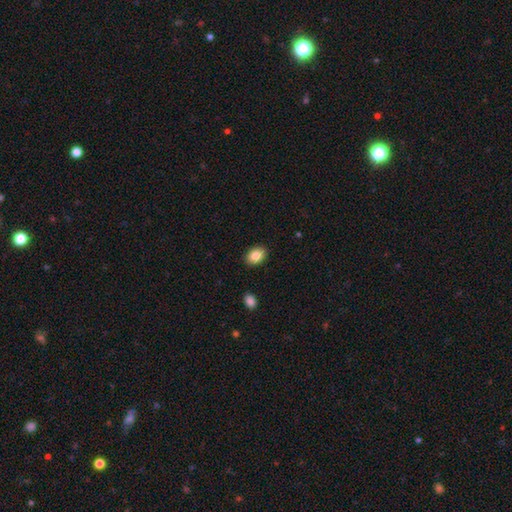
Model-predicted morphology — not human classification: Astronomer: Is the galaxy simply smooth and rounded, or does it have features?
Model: smooth — 85%.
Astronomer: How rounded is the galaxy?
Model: in between — 83%.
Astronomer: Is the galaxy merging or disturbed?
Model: none — 89%.